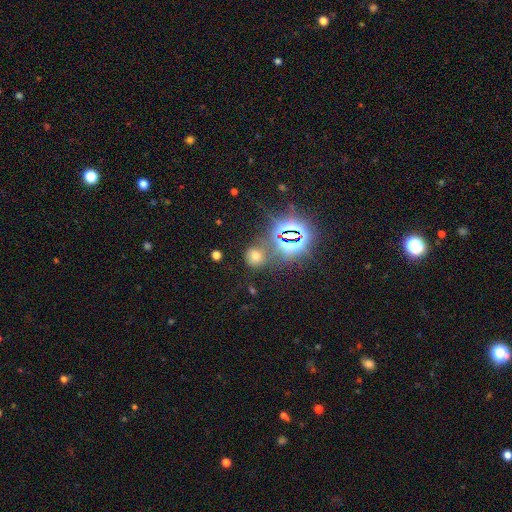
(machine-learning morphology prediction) Q: Smooth or featured?
A: smooth (50%); runner-up: star or artifact (41%)
Q: Merging?
A: none (69%); runner-up: minor disturbance (14%)